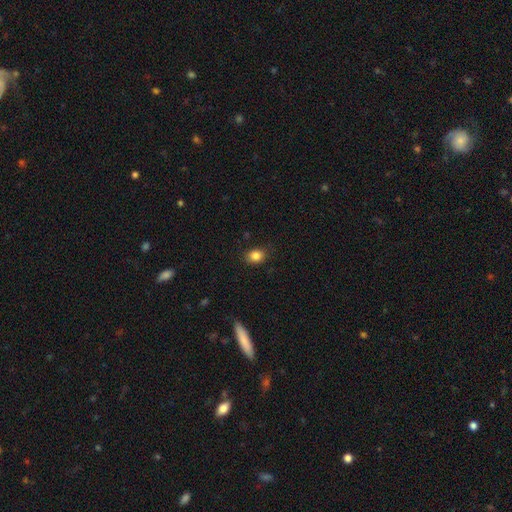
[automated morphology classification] smooth-or-featured: smooth: 85% | star or artifact: 10% | featured or disk: 5%
  how-rounded: in between: 56% | round: 43% | cigar-shaped: 1%
  merging: none: 83% | minor disturbance: 13% | major disturbance: 3% | merger: 1%